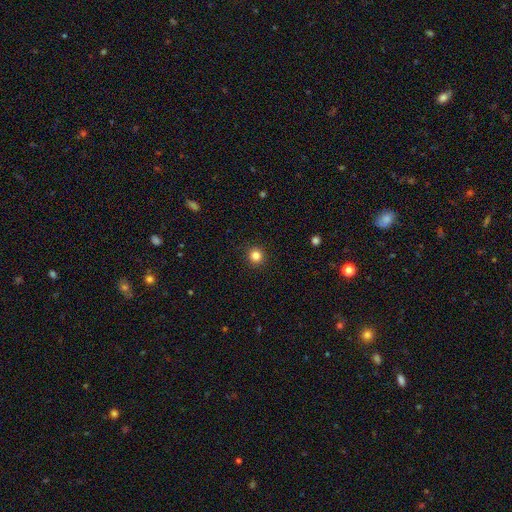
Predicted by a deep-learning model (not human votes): Smooth or featured? Predicted: smooth (p=0.83). How rounded? Predicted: round (p=0.94). Merging? Predicted: none (p=0.92).